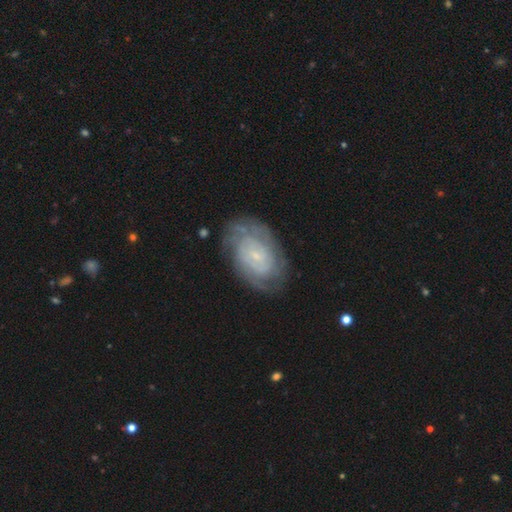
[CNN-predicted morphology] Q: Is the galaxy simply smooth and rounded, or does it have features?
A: featured or disk — 75%.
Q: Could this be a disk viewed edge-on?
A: no — 96%.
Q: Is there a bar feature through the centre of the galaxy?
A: no — 71%.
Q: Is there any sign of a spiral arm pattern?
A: yes — 89%.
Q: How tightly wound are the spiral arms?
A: tight — 71%.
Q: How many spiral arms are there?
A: can't tell — 49%.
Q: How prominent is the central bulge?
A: small — 81%.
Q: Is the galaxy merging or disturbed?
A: none — 74%.